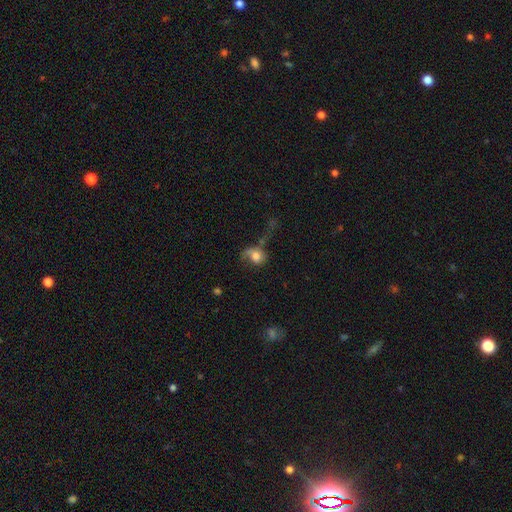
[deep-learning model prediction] Smooth or featured: smooth — 61% (featured or disk — 30%)
How rounded: round — 54% (in between — 44%)
Merging: major disturbance — 43% (none — 26%)